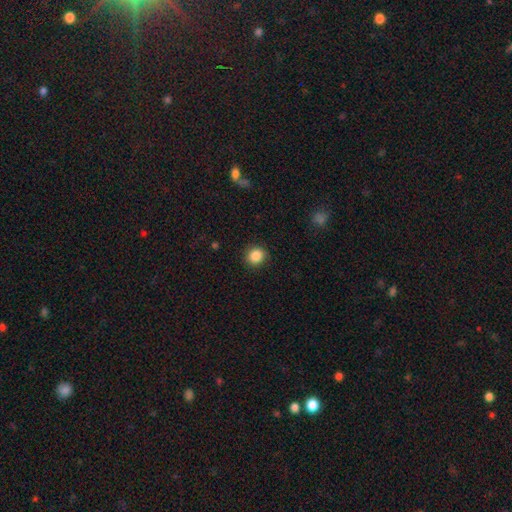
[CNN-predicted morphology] Overall: smooth (86%). How rounded: round (87%). Merging: none (90%).